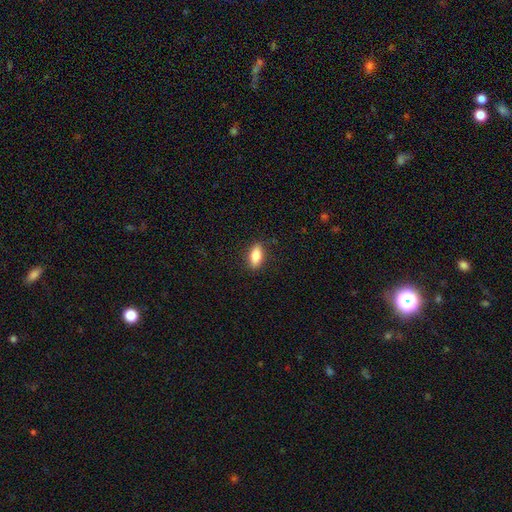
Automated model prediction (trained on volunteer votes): This appears to be a smooth galaxy with no disk features (79%) that is in between round and cigar-shaped (80%). Merging: none (86%).